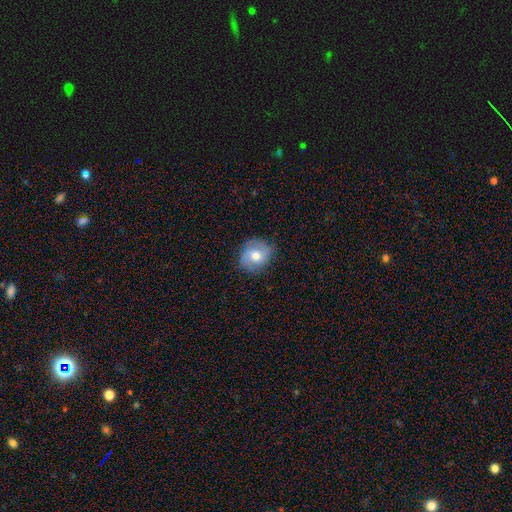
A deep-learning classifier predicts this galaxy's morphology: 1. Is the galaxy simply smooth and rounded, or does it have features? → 56% smooth, 36% featured or disk, 8% star or artifact.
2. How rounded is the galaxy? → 77% round, 22% in between, 1% cigar-shaped.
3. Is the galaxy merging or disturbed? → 78% none, 16% minor disturbance, 4% major disturbance, 1% merger.